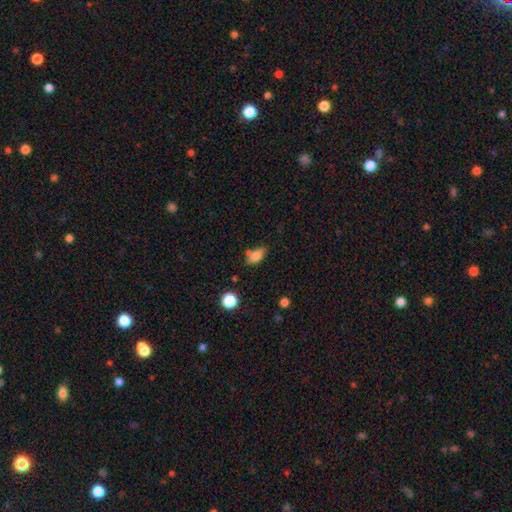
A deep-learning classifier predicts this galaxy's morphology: A smooth galaxy with no disk features (79%) that is in between round and cigar-shaped (84%).

Vote fractions:
- Smooth or featured? smooth: 79% / featured or disk: 11% / star or artifact: 10%
- How rounded? in between: 84% / cigar-shaped: 9% / round: 7%
- Merging? none: 62% / minor disturbance: 19% / merger: 14% / major disturbance: 5%